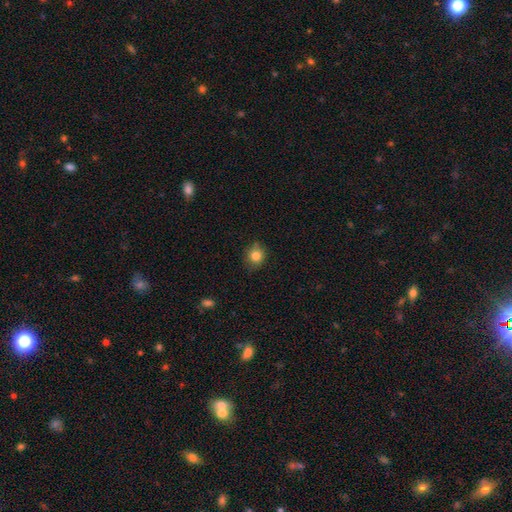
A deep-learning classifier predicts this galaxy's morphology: Q: Smooth or featured?
A: smooth (82%); runner-up: star or artifact (11%)
Q: How rounded?
A: round (75%); runner-up: in between (24%)
Q: Merging?
A: none (77%); runner-up: minor disturbance (18%)